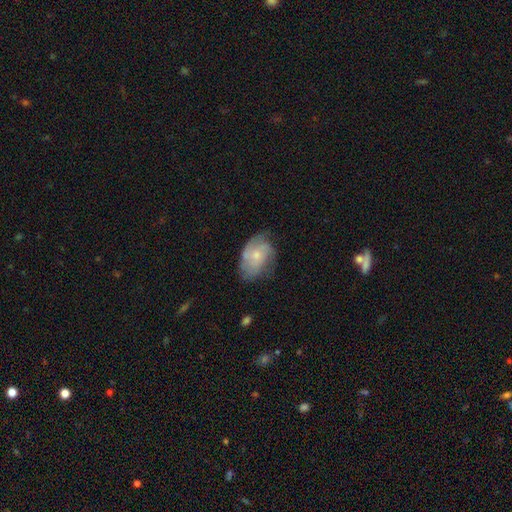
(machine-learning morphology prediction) Smooth or featured? featured or disk (54%)
Edge-on disk? no (96%)
Bar? no (79%)
Spiral arms? yes (75%)
Bulge size? small (57%)
Merging? none (52%)